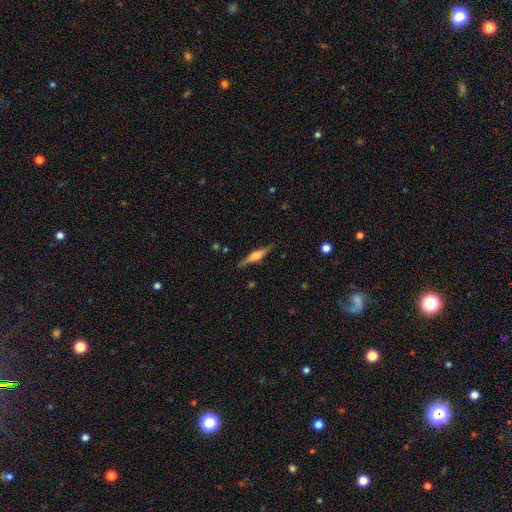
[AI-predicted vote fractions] Q: Smooth or featured?
A: featured or disk (67%); runner-up: smooth (27%)
Q: Edge-on disk?
A: yes (97%); runner-up: no (3%)
Q: Edge-on bulge?
A: rounded (80%); runner-up: boxy (16%)
Q: Merging?
A: none (87%); runner-up: minor disturbance (10%)